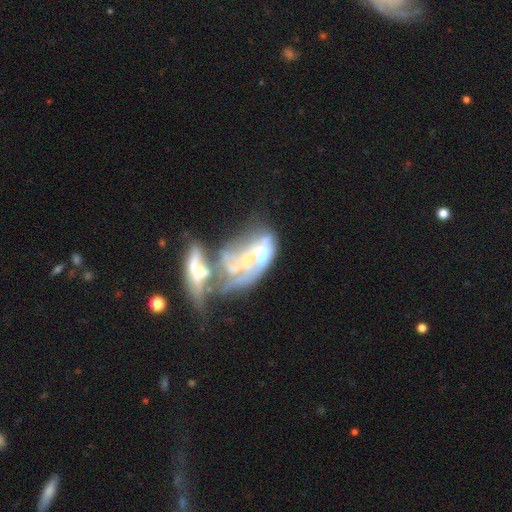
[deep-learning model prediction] featured or disk 71%, smooth 19%, star or artifact 10%. Down the decision tree: edge-on disk — no (94%); bar — no (74%); spiral arms — yes (53%); bulge size — small (38%); merging — merger (66%).